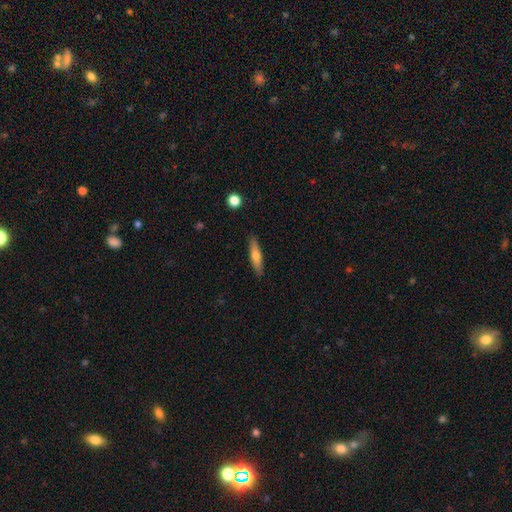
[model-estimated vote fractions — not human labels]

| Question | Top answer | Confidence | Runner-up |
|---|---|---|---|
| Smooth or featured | smooth | 61% | featured or disk (32%) |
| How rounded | cigar-shaped | 79% | in between (19%) |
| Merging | none | 89% | minor disturbance (8%) |